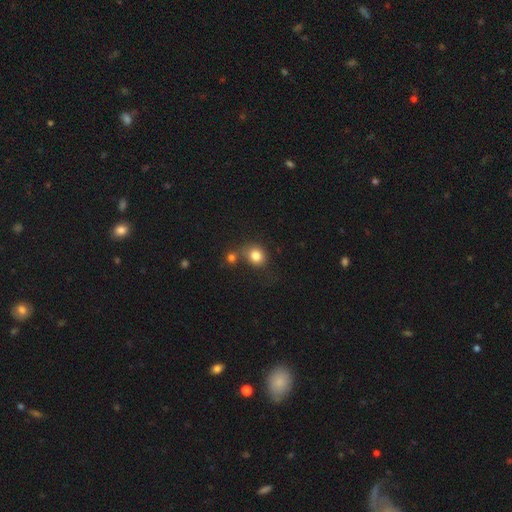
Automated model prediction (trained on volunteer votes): Smooth or featured?
  - smooth: 81% *
  - star or artifact: 11%
  - featured or disk: 8%
How rounded?
  - round: 72% *
  - in between: 28%
  - cigar-shaped: 1%
Merging?
  - none: 53% *
  - merger: 27%
  - minor disturbance: 14%
  - major disturbance: 6%